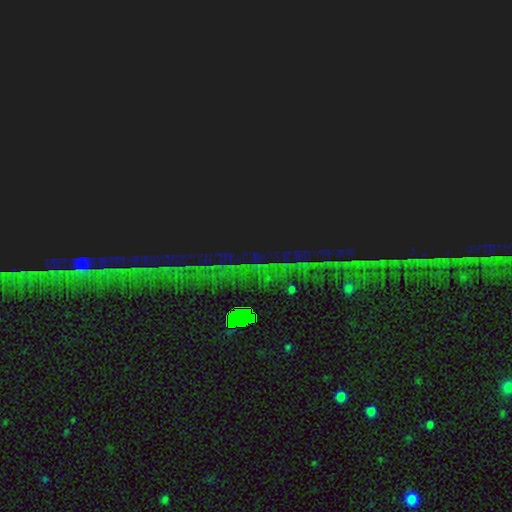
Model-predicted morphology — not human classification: This is clearly a star or artifact rather than a galaxy (87%).